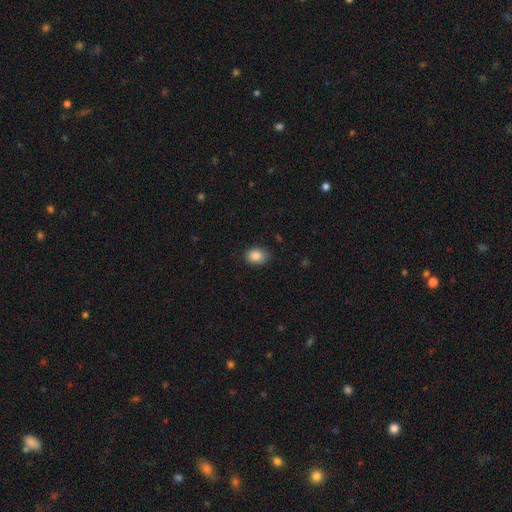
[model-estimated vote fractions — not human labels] Smooth or featured?
  - smooth: 86% *
  - star or artifact: 9%
  - featured or disk: 5%
How rounded?
  - in between: 65% *
  - round: 34%
  - cigar-shaped: 1%
Merging?
  - none: 83% *
  - minor disturbance: 13%
  - major disturbance: 3%
  - merger: 1%